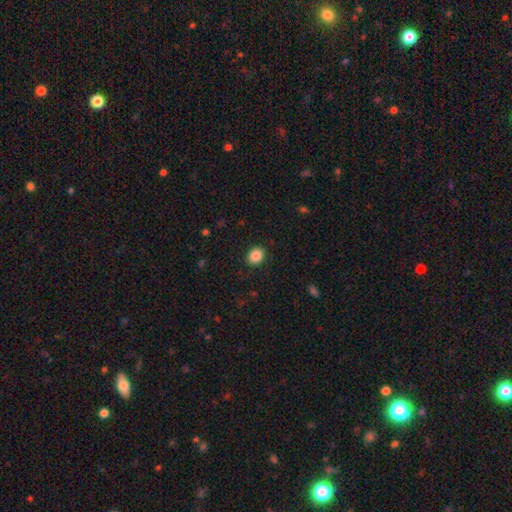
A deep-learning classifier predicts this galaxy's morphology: Smooth or featured?
  - smooth: 87% *
  - star or artifact: 9%
  - featured or disk: 4%
How rounded?
  - round: 59% *
  - in between: 40%
  - cigar-shaped: 1%
Merging?
  - none: 89% *
  - minor disturbance: 7%
  - major disturbance: 2%
  - merger: 1%